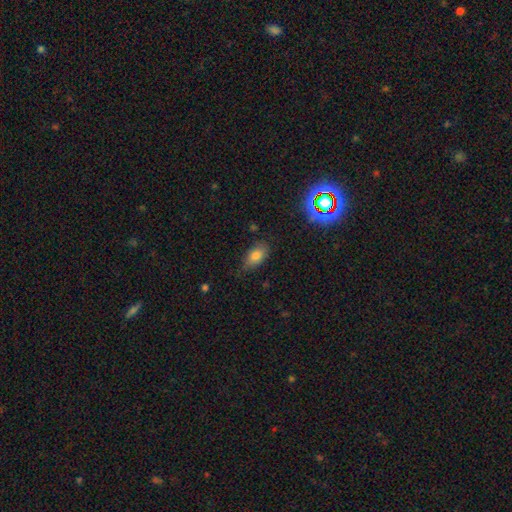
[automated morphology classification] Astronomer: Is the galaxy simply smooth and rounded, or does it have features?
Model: smooth — 77%.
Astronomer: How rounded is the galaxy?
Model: in between — 87%.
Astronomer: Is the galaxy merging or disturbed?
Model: none — 72%.